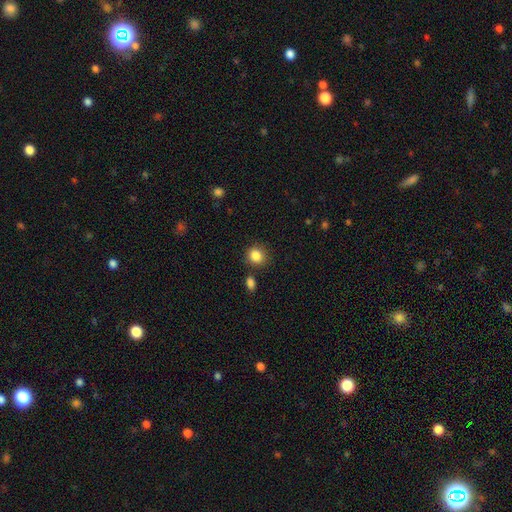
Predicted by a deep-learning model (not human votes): Smooth or featured? Predicted: smooth (p=0.86). How rounded? Predicted: round (p=0.78). Merging? Predicted: none (p=0.81).